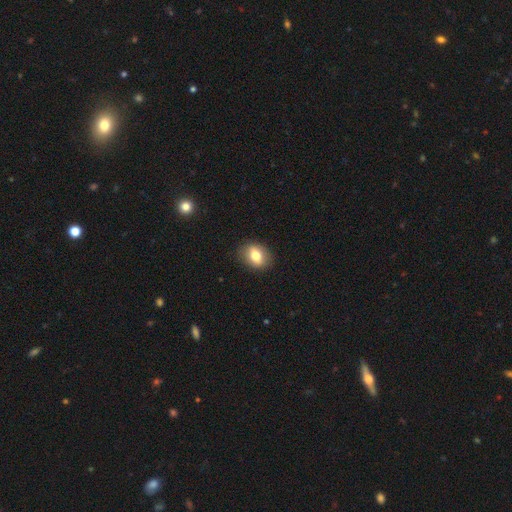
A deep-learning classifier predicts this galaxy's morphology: A smooth galaxy with no disk features (75%) that is in between round and cigar-shaped (66%).

Vote fractions:
- Smooth or featured? smooth: 75% / featured or disk: 16% / star or artifact: 9%
- How rounded? in between: 66% / round: 32% / cigar-shaped: 1%
- Merging? none: 86% / minor disturbance: 10% / major disturbance: 3% / merger: 1%